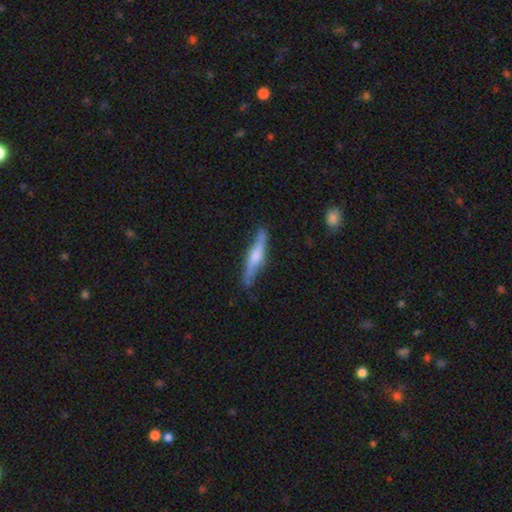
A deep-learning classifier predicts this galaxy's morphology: smooth-or-featured: featured or disk: 59% | smooth: 36% | star or artifact: 5%
  disk-edge-on: yes: 90% | no: 10%
    edge-on-bulge: rounded: 76% | boxy: 14% | none: 11%
  merging: none: 76% | minor disturbance: 19% | major disturbance: 3% | merger: 2%